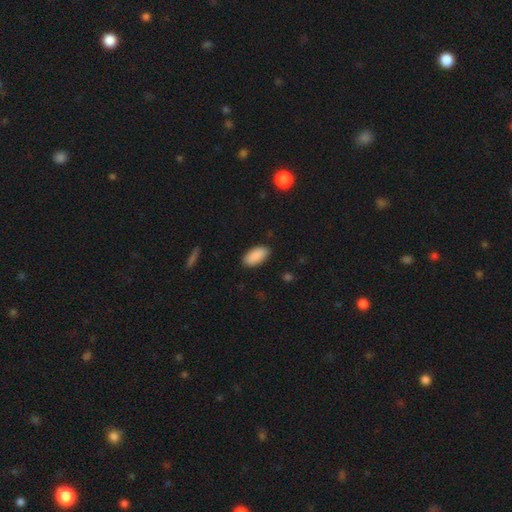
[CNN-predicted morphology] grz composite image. It shows a smooth galaxy with no disk features (90%) that is in between round and cigar-shaped (93%). Merging: none (89%).